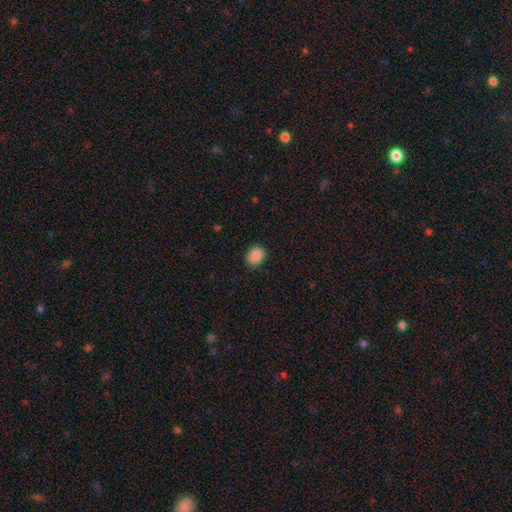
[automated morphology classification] Smooth or featured? Predicted: smooth (p=0.88). How rounded? Predicted: round (p=0.57). Merging? Predicted: none (p=0.87).